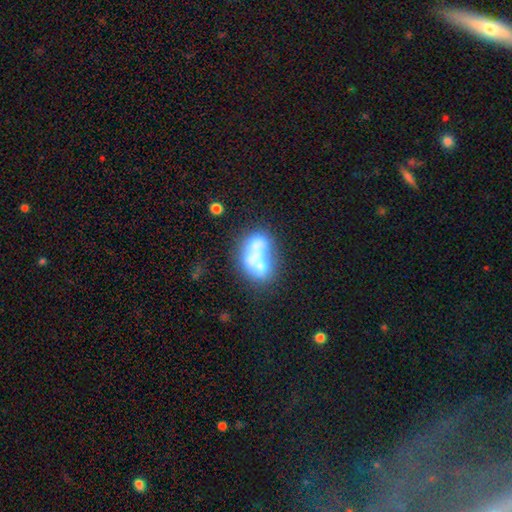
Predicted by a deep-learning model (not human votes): The model was most divided on "smooth or featured": smooth: 50%, featured or disk: 39%, star or artifact: 11%. More confident: how rounded — in between (74%); merging — merger (61%).